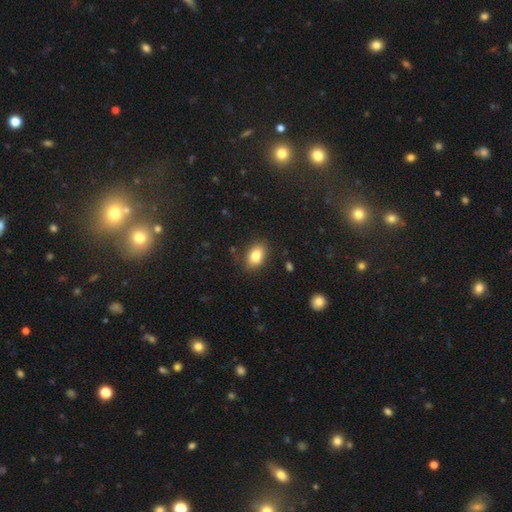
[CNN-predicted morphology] Smooth or featured: smooth — 83% (featured or disk — 9%)
How rounded: in between — 84% (round — 14%)
Merging: none — 83% (minor disturbance — 12%)